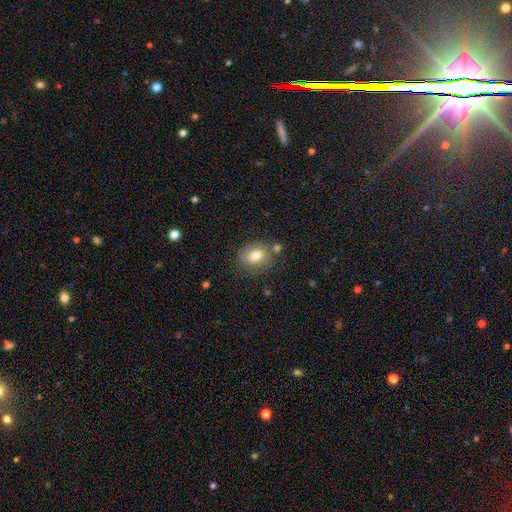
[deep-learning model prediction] smooth 78%, featured or disk 13%, star or artifact 9%. Down the decision tree: how rounded — in between (64%); merging — none (71%).